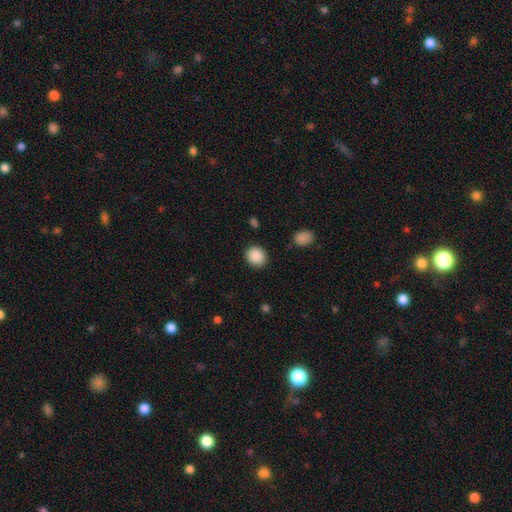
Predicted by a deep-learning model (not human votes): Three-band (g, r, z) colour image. It shows a smooth galaxy with no disk features (89%) that is round (79%). Merging: none (88%).